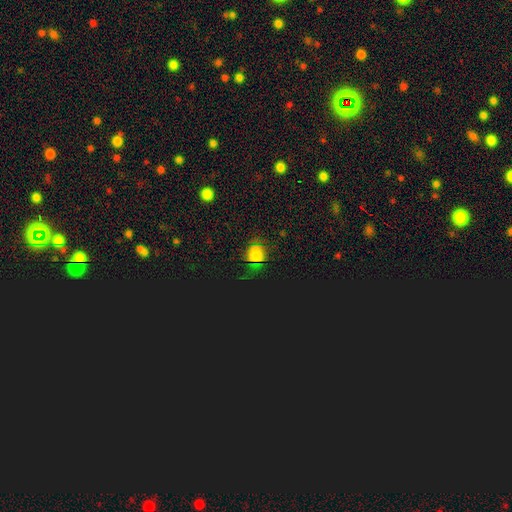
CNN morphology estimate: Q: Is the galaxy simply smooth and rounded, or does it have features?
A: smooth — 49%.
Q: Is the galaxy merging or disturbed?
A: none — 78%.